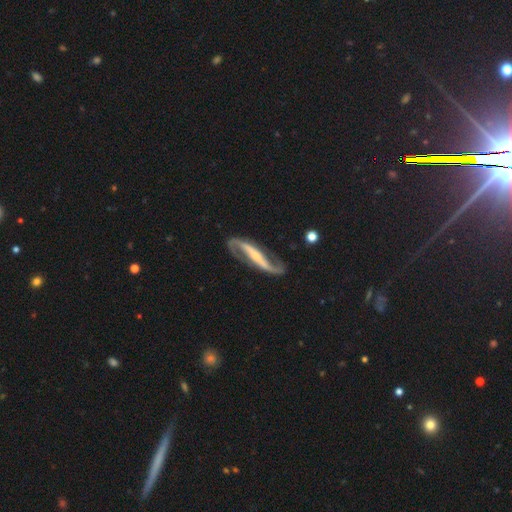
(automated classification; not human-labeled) A featured or disk galaxy (90%) with a strong bar (65%), 2 (93%) loose (55%) spiral arms (97%) and a small central bulge (61%).

Vote fractions:
- Smooth or featured? featured or disk: 90% / smooth: 6% / star or artifact: 4%
- Edge-on disk? no: 87% / yes: 13%
- Bar? strong: 65% / weak: 19% / no: 15%
- Spiral arms? yes: 97% / no: 3%
- Spiral winding? loose: 55% / medium: 33% / tight: 11%
- Spiral arm count? 2: 93% / 1: 2% / can't tell: 2% / 3: 1% / 4: 1% / more than 4: 1%
- Bulge size? small: 61% / moderate: 27% / none: 8% / large: 3% / dominant: 2%
- Merging? none: 79% / minor disturbance: 13% / major disturbance: 7% / merger: 2%